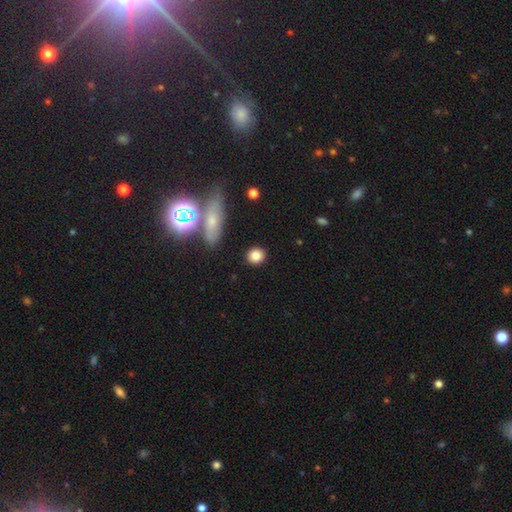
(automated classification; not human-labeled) Smooth or featured?
  - smooth: 84% *
  - star or artifact: 10%
  - featured or disk: 7%
How rounded?
  - round: 79% *
  - in between: 19%
  - cigar-shaped: 2%
Merging?
  - none: 88% *
  - minor disturbance: 7%
  - merger: 2%
  - major disturbance: 2%